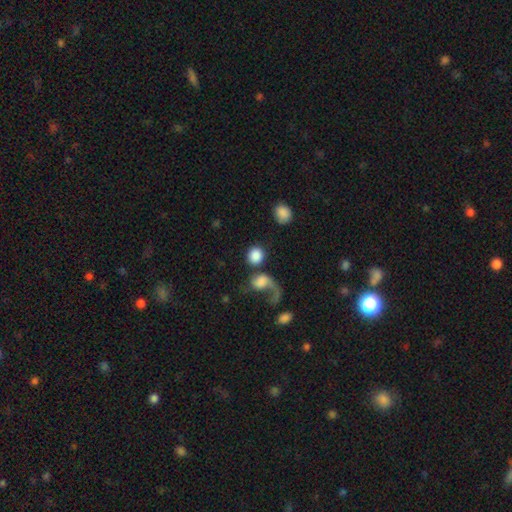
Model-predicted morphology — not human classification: Q: Smooth or featured?
A: smooth (79%); runner-up: featured or disk (13%)
Q: How rounded?
A: round (86%); runner-up: in between (13%)
Q: Merging?
A: none (51%); runner-up: merger (23%)